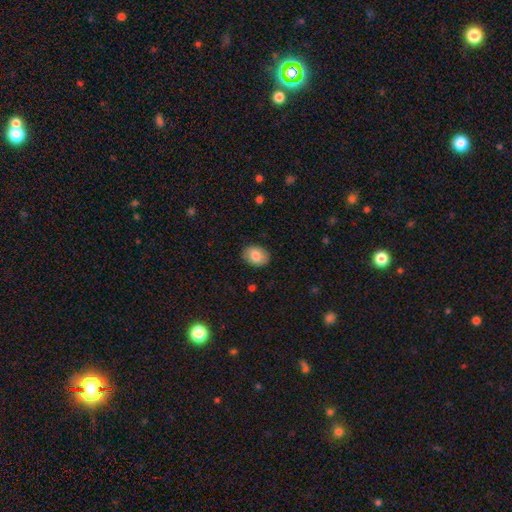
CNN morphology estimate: The model was most divided on "how rounded": in between: 69%, round: 30%, cigar-shaped: 1%. More confident: merging — none (84%); smooth or featured — smooth (81%).